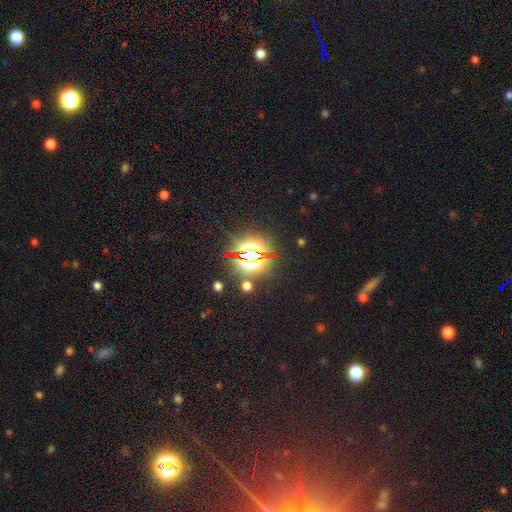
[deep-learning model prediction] star or artifact 80%, smooth 12%, featured or disk 8%.